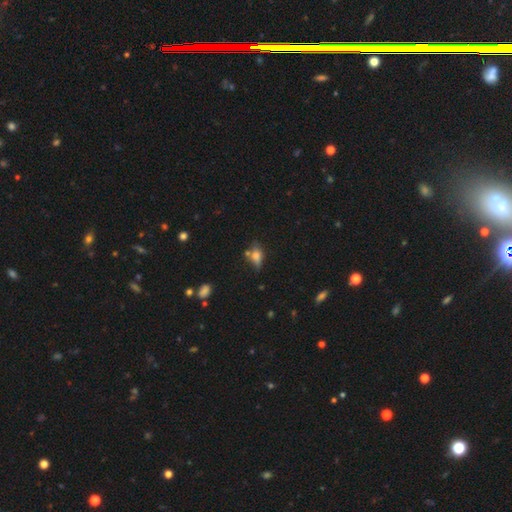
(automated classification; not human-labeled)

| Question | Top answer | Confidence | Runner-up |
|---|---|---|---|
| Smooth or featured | smooth | 65% | featured or disk (24%) |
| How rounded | in between | 77% | cigar-shaped (12%) |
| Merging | none | 52% | minor disturbance (25%) |